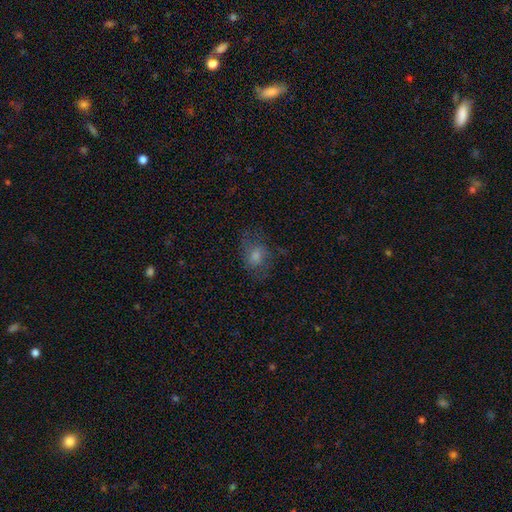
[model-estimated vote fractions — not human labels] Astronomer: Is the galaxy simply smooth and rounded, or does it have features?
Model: smooth — 45% (runner-up: featured or disk, 35%).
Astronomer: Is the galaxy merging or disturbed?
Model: none — 67%.